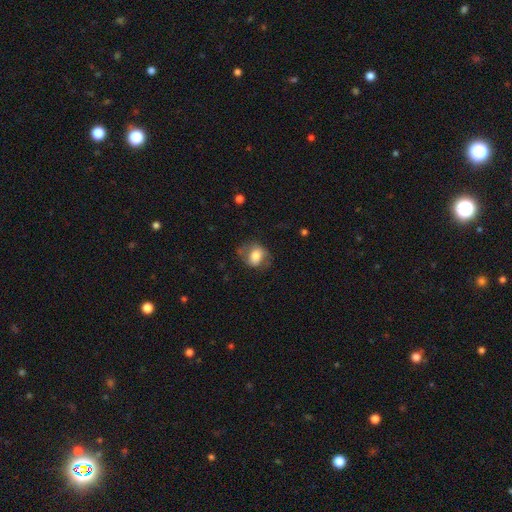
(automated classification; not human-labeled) Smooth or featured?
  - smooth: 70% *
  - featured or disk: 22%
  - star or artifact: 8%
How rounded?
  - in between: 51% *
  - round: 48%
  - cigar-shaped: 1%
Merging?
  - none: 57% *
  - minor disturbance: 26%
  - major disturbance: 15%
  - merger: 2%